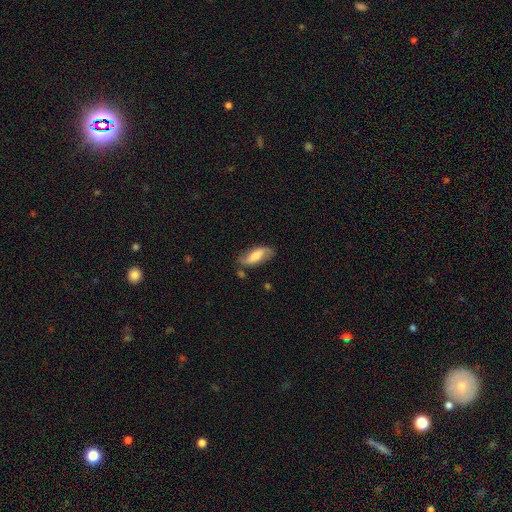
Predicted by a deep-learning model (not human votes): smooth_or_featured: smooth (p=0.54) [alt: featured or disk p=0.39]
how_rounded: in between (p=0.76) [alt: cigar-shaped p=0.21]
merging: none (p=0.69) [alt: minor disturbance p=0.21]